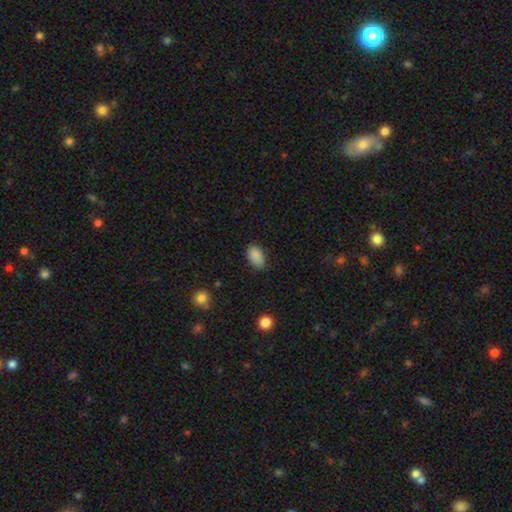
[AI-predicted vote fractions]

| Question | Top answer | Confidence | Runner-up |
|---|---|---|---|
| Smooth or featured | smooth | 88% | star or artifact (8%) |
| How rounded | in between | 92% | round (7%) |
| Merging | none | 79% | minor disturbance (17%) |